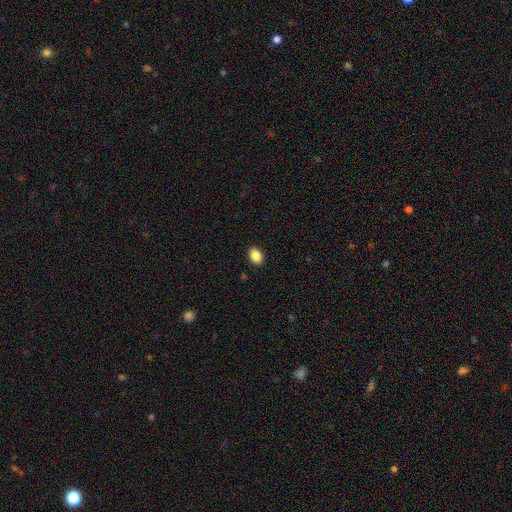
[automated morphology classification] smooth-or-featured: smooth: 87% | star or artifact: 8% | featured or disk: 4%
  how-rounded: in between: 72% | round: 27% | cigar-shaped: 1%
  merging: none: 91% | minor disturbance: 6% | major disturbance: 2% | merger: 1%